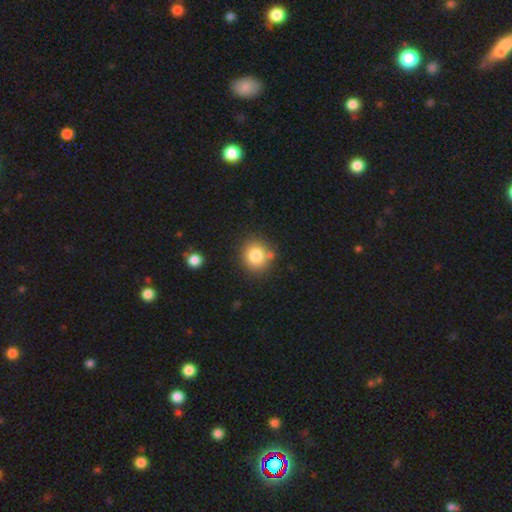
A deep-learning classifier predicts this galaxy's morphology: A smooth galaxy with no disk features (81%) that is round (83%).

Vote fractions:
- Smooth or featured? smooth: 81% / star or artifact: 11% / featured or disk: 8%
- How rounded? round: 83% / in between: 16% / cigar-shaped: 1%
- Merging? none: 79% / minor disturbance: 10% / merger: 8% / major disturbance: 3%